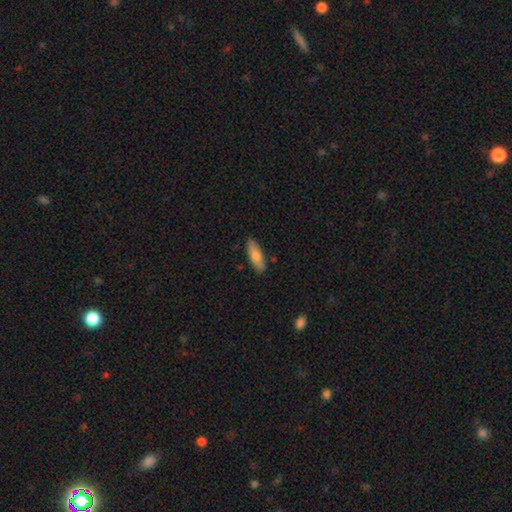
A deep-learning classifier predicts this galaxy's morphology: Smooth or featured? Predicted: smooth (p=0.77). How rounded? Predicted: in between (p=0.57). Merging? Predicted: none (p=0.87).